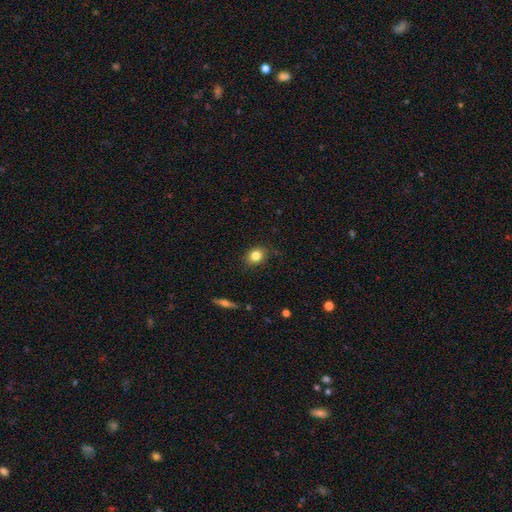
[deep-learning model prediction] Smooth or featured?
  - smooth: 81% *
  - star or artifact: 11%
  - featured or disk: 8%
How rounded?
  - round: 60% *
  - in between: 39%
  - cigar-shaped: 1%
Merging?
  - none: 82% *
  - minor disturbance: 14%
  - major disturbance: 3%
  - merger: 1%